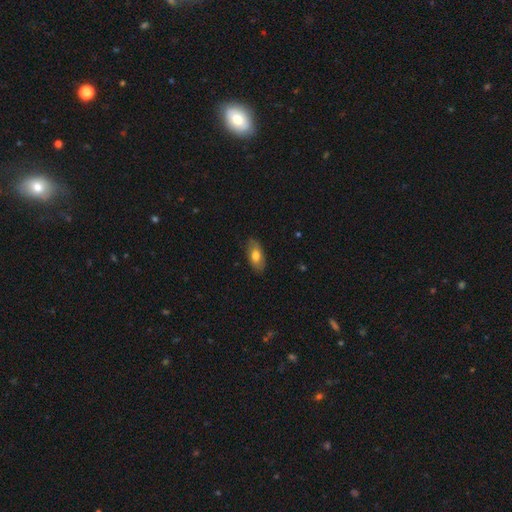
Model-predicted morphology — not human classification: Smooth or featured? Predicted: smooth (p=0.71). How rounded? Predicted: in between (p=0.89). Merging? Predicted: none (p=0.82).